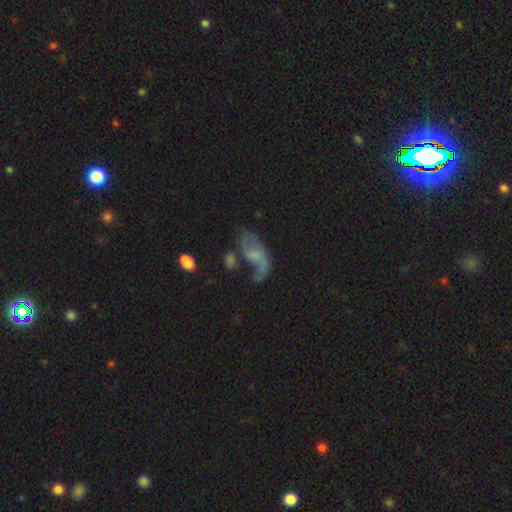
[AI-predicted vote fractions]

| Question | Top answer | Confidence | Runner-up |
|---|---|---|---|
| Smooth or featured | featured or disk | 60% | smooth (29%) |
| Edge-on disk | no | 94% | yes (6%) |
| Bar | no | 63% | weak (31%) |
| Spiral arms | yes | 71% | no (29%) |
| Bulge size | small | 45% | none (31%) |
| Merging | major disturbance | 36% | none (28%) |